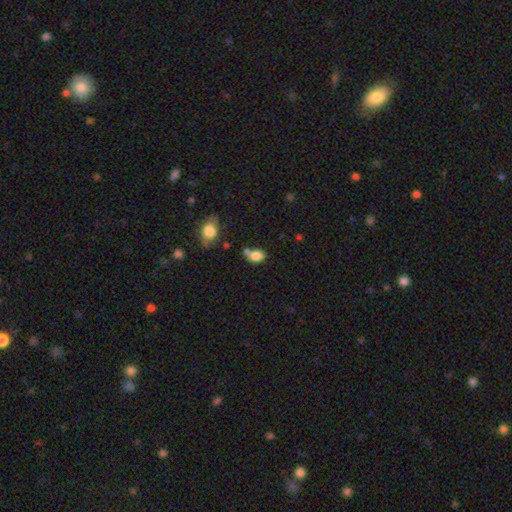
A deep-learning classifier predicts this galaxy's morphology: A smooth galaxy with no disk features (82%) that is in between round and cigar-shaped (66%). Merging: none (48%).